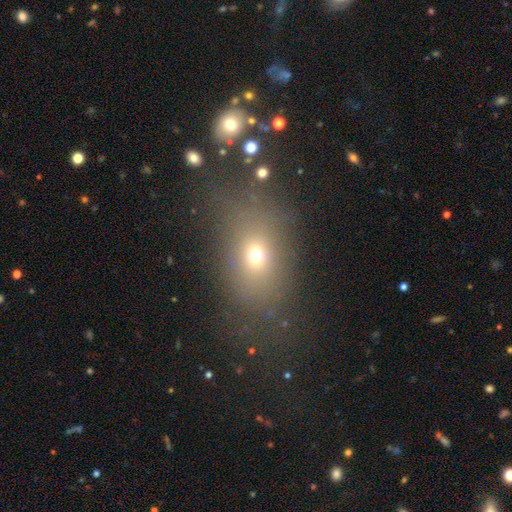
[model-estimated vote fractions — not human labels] smooth 63%, star or artifact 22%, featured or disk 15%. Down the decision tree: how rounded — in between (65%); merging — none (68%).